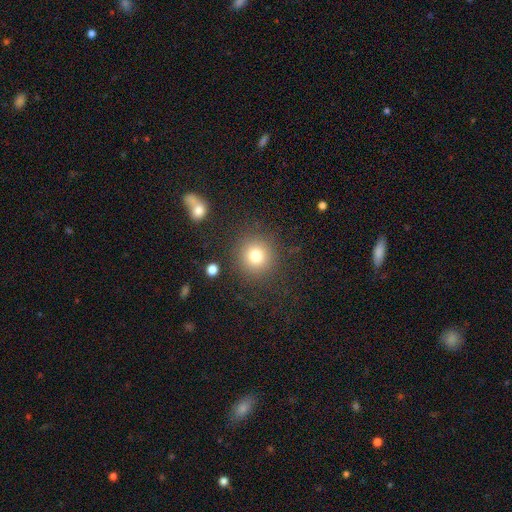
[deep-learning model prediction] Smooth or featured: smooth — 79% (star or artifact — 13%)
How rounded: round — 92% (in between — 7%)
Merging: none — 87% (minor disturbance — 7%)